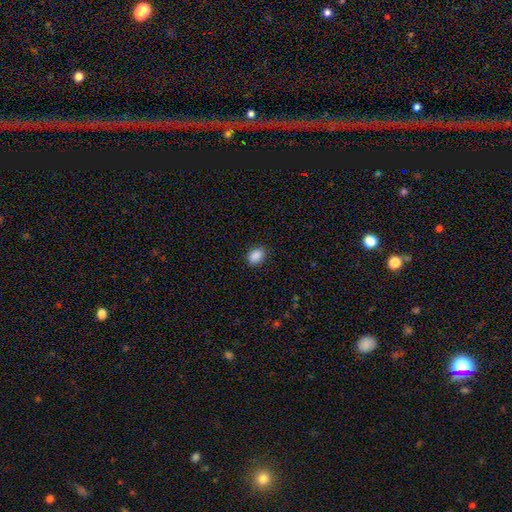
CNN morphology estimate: This appears to be a smooth galaxy with no disk features (89%) that is in between round and cigar-shaped (79%). Merging: none (87%).